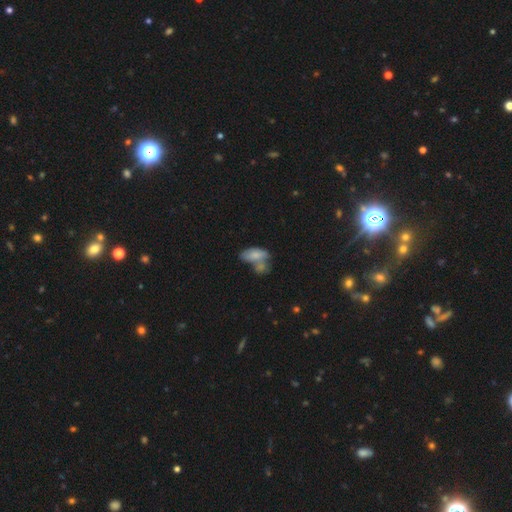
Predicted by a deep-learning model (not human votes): Smooth or featured? smooth (73%)
How rounded? in between (89%)
Merging? merger (52%)